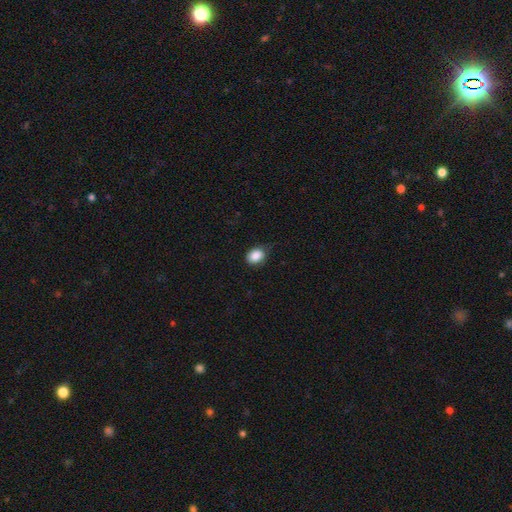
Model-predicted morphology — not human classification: smooth_or_featured: smooth (p=0.87) [alt: star or artifact p=0.08]
how_rounded: in between (p=0.59) [alt: round p=0.40]
merging: none (p=0.66) [alt: minor disturbance p=0.27]